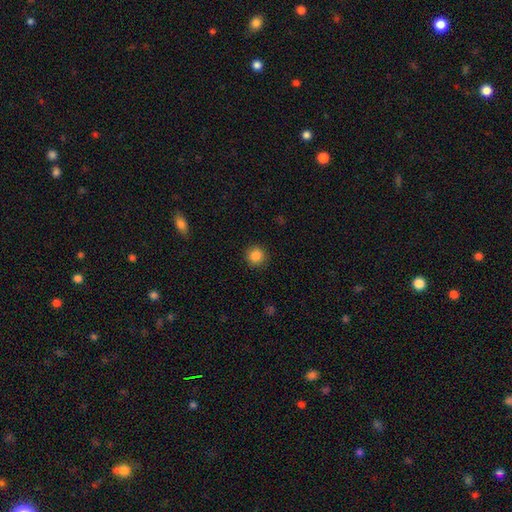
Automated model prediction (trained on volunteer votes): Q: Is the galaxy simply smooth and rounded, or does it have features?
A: smooth — 86%.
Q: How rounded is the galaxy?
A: round — 93%.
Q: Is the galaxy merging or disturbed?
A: none — 91%.